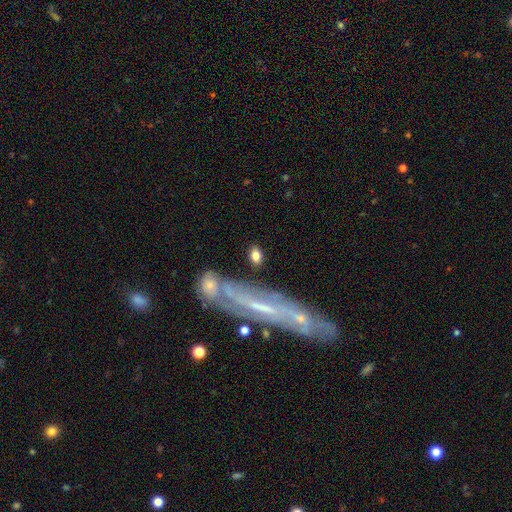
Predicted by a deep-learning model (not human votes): smooth-or-featured: smooth: 75% | featured or disk: 18% | star or artifact: 6%
  how-rounded: in between: 78% | round: 11% | cigar-shaped: 10%
  merging: none: 73% | minor disturbance: 13% | merger: 8% | major disturbance: 6%